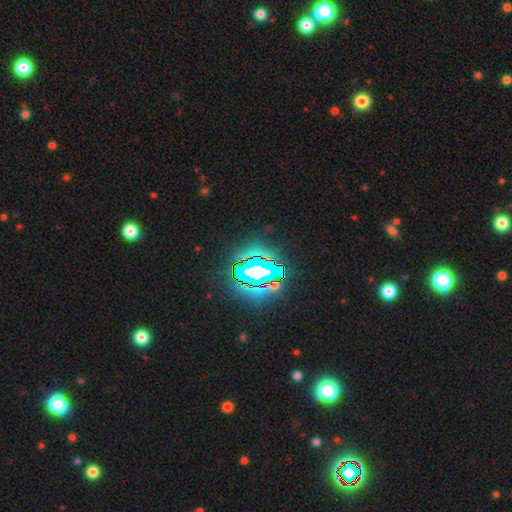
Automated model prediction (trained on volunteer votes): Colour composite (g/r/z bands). It shows a star or artifact, not a galaxy (84%).